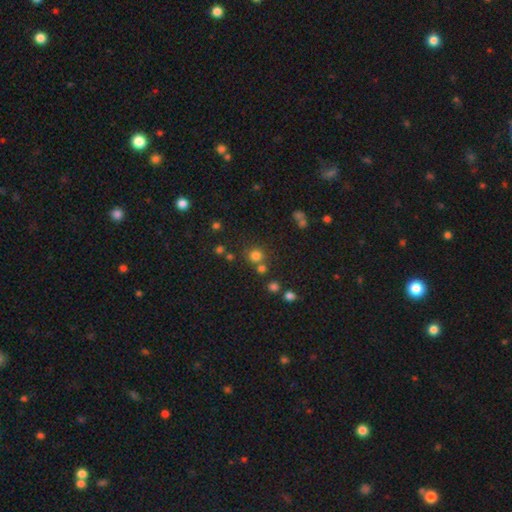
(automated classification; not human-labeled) Smooth or featured?
  - smooth: 75% *
  - star or artifact: 18%
  - featured or disk: 7%
How rounded?
  - round: 90% *
  - in between: 9%
  - cigar-shaped: 1%
Merging?
  - none: 72% *
  - merger: 17%
  - minor disturbance: 8%
  - major disturbance: 4%